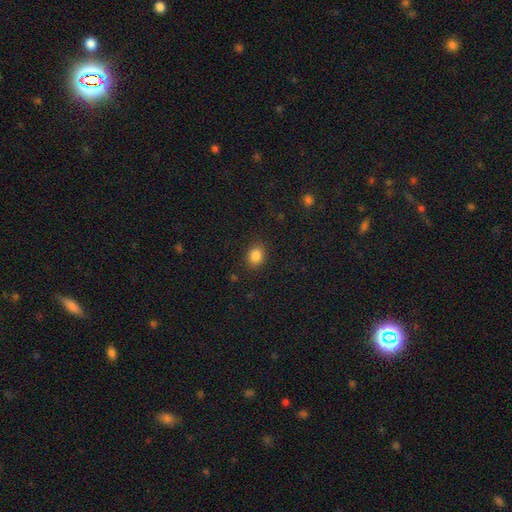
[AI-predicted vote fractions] This is clearly a smooth galaxy (85%). How rounded: likely round (62%). Merging: clearly none (86%).